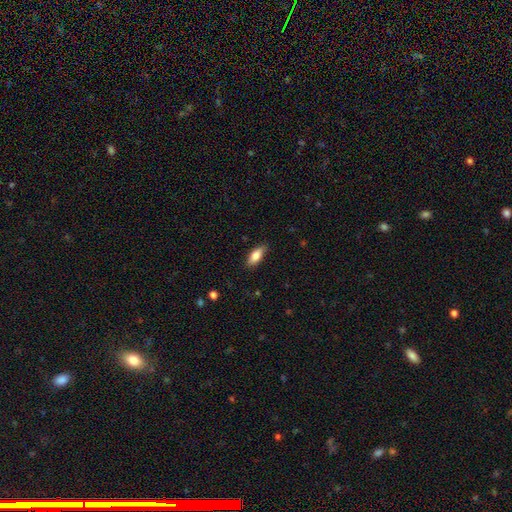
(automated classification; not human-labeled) Morphology: type=smooth (80%); roundness=in between (77%); merging=none (82%).